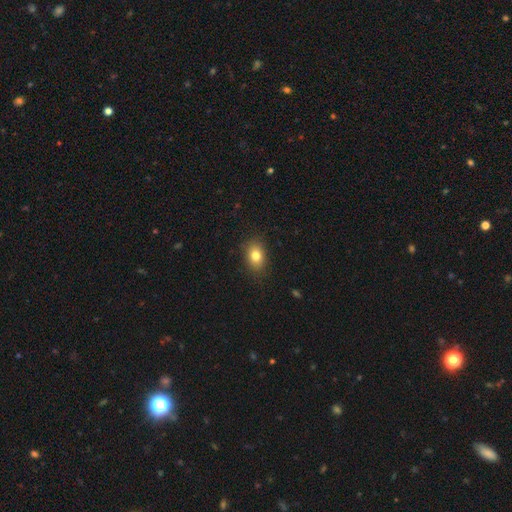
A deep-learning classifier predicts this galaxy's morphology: Overall: smooth (81%). How rounded: in between (75%). Merging: none (85%).